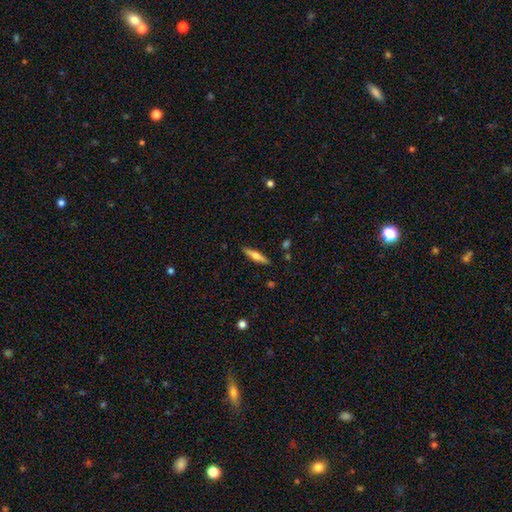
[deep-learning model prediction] smooth-or-featured: featured or disk: 47% (tied) | smooth: 47% (tied) | star or artifact: 6%
  merging: none: 89% | minor disturbance: 8% | major disturbance: 2% | merger: 2%